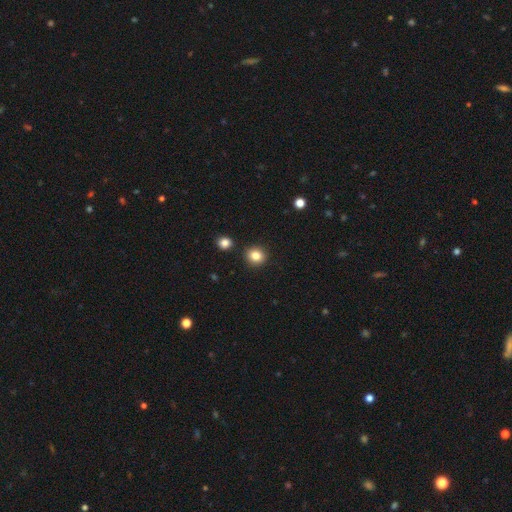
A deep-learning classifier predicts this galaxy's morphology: type=smooth (83%); roundness=round (85%); merging=none (89%).